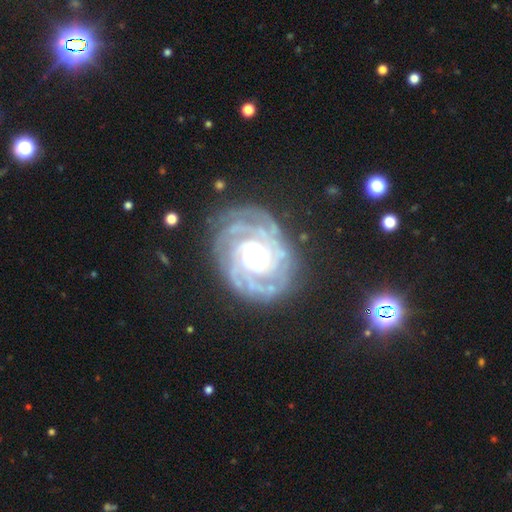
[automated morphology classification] This is clearly a featured or disk galaxy (91%). It is clearly not viewed edge-on (98%). Bar: likely no (61%). Spiral arm pattern: clearly yes (98%). Spiral arm count: marginally can't tell (23%). Spiral winding: likely tight (78%). Central bulge: likely moderate (64%). Merging: likely none (78%).